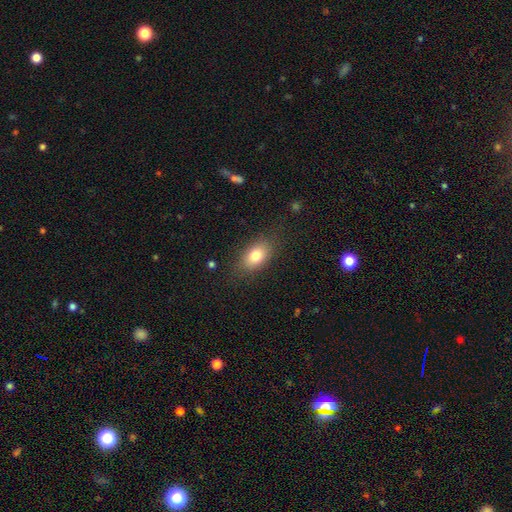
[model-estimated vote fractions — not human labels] Smooth or featured: smooth — 78% (featured or disk — 13%)
How rounded: in between — 85% (round — 12%)
Merging: none — 82% (minor disturbance — 13%)